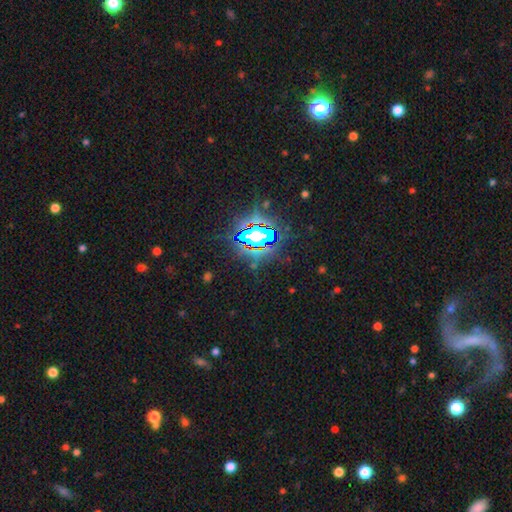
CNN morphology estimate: A star or artifact, not a galaxy (82%).